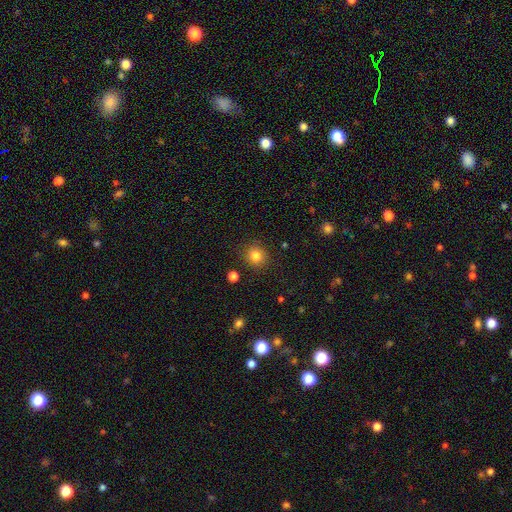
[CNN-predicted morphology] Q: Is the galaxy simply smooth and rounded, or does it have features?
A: smooth — 82%.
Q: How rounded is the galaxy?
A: round — 88%.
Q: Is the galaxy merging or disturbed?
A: none — 88%.